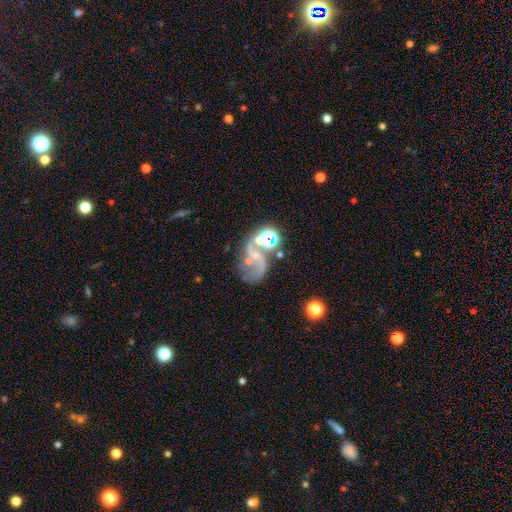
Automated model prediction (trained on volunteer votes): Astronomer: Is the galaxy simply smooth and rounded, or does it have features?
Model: featured or disk — 77%.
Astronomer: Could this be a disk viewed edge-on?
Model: no — 98%.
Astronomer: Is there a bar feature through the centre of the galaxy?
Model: no — 44% (runner-up: weak, 40%).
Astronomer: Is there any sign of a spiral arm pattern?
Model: yes — 92%.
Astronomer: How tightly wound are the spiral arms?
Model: loose — 65%.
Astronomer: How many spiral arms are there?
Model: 2 — 86%.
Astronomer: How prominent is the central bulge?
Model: small — 56%.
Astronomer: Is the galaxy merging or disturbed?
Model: none — 39% (runner-up: merger, 23%).